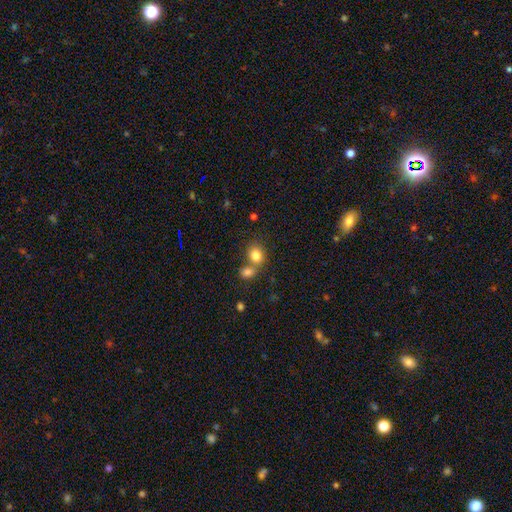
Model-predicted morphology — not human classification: Smooth or featured? Predicted: smooth (p=0.81). How rounded? Predicted: round (p=0.63). Merging? Predicted: none (p=0.45).